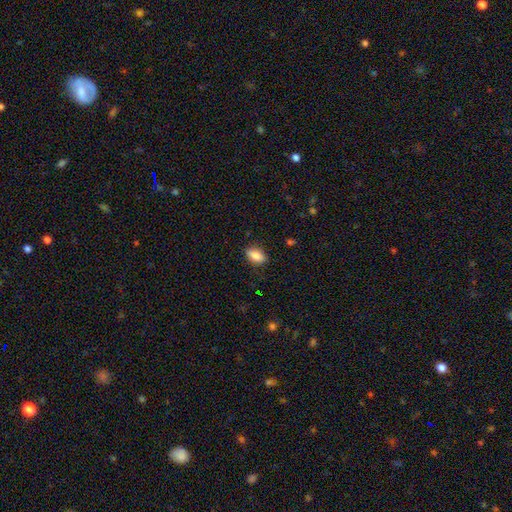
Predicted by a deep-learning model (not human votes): A smooth galaxy with no disk features (83%) that is in between round and cigar-shaped (87%). Merging: none (84%).